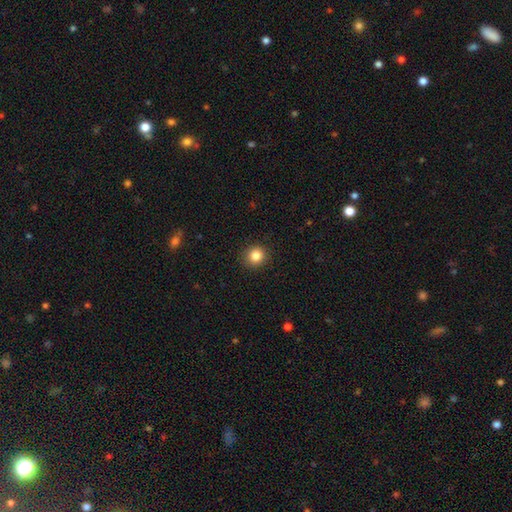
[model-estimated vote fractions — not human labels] Morphology: type=smooth (84%); roundness=round (89%); merging=none (91%).